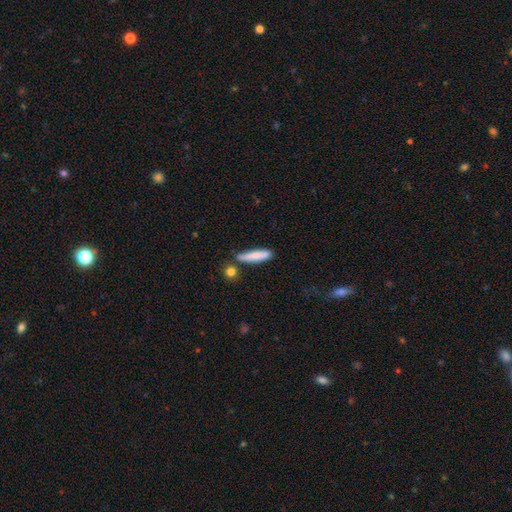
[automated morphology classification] smooth-or-featured: smooth: 76% | featured or disk: 18% | star or artifact: 6%
  how-rounded: cigar-shaped: 80% | in between: 18% | round: 2%
  merging: none: 72% | minor disturbance: 16% | merger: 8% | major disturbance: 3%